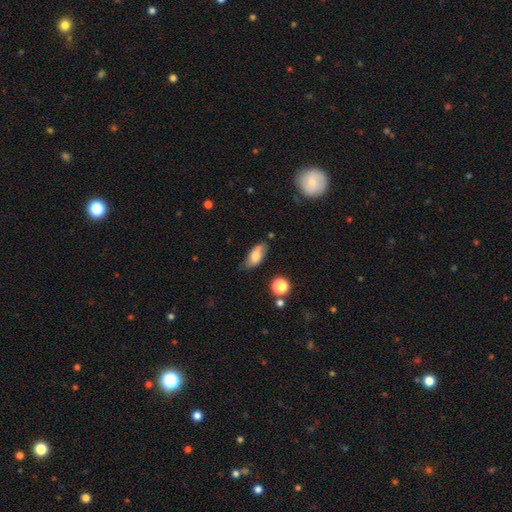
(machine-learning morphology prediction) type=smooth (70%); roundness=in between (83%); merging=none (61%).